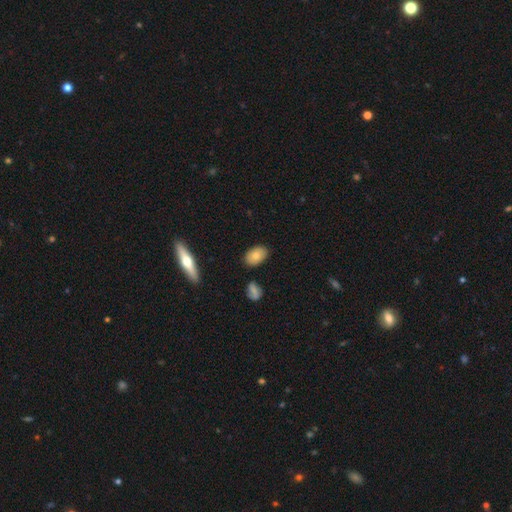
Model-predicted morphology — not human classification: Smooth or featured: smooth — 79% (featured or disk — 14%)
How rounded: in between — 89% (round — 9%)
Merging: none — 84% (minor disturbance — 11%)